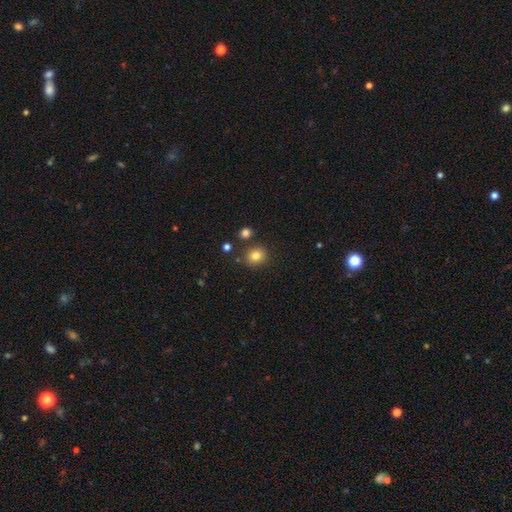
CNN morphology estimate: smooth 82%, star or artifact 12%, featured or disk 6%. Down the decision tree: how rounded — round (78%); merging — none (82%).